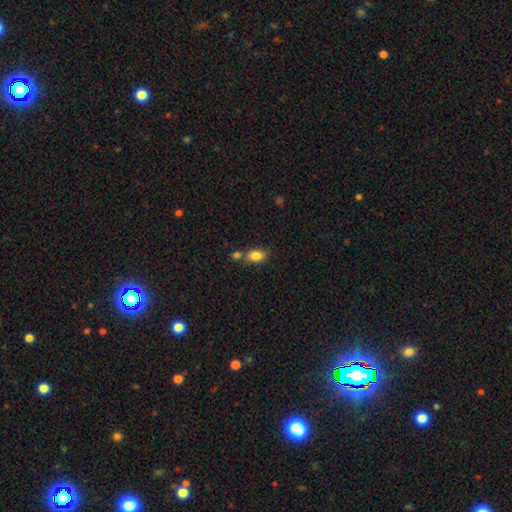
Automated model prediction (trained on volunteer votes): A smooth galaxy with no disk features (84%) that is in between round and cigar-shaped (76%).

Vote fractions:
- Smooth or featured? smooth: 84% / star or artifact: 9% / featured or disk: 7%
- How rounded? in between: 76% / round: 22% / cigar-shaped: 2%
- Merging? none: 56% / merger: 28% / minor disturbance: 12% / major disturbance: 4%